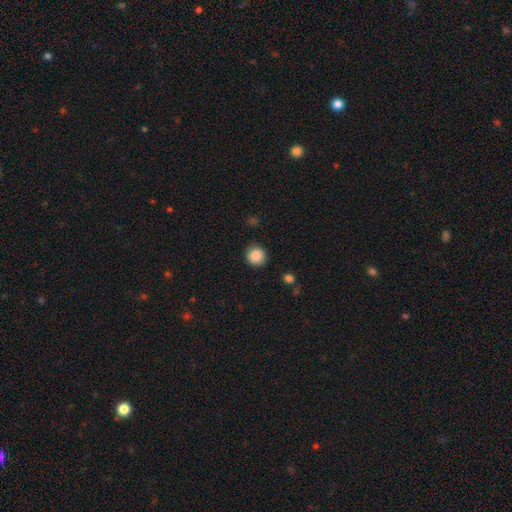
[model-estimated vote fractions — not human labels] smooth_or_featured: smooth (p=0.88) [alt: star or artifact p=0.09]
how_rounded: round (p=0.92) [alt: in between p=0.07]
merging: none (p=0.86) [alt: minor disturbance p=0.10]